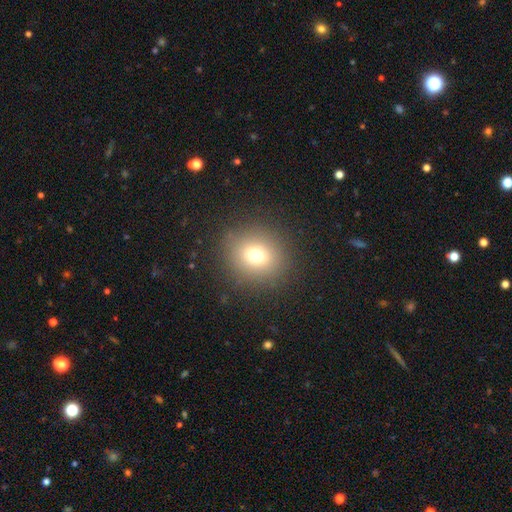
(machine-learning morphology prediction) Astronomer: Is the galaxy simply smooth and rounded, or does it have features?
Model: smooth — 74%.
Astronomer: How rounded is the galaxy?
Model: round — 81%.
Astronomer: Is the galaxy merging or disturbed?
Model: none — 89%.